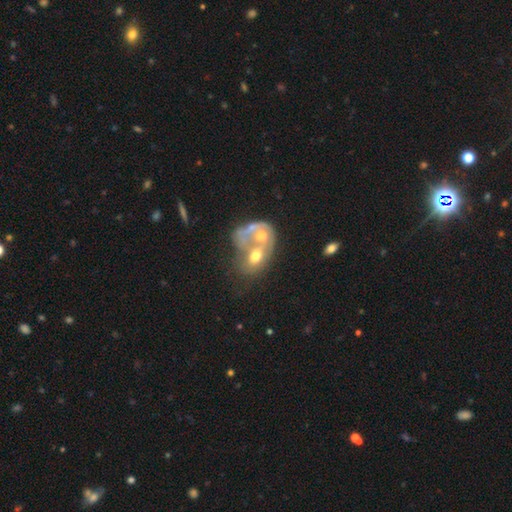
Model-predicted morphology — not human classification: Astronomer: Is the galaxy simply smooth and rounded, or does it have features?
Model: featured or disk — 49% (runner-up: smooth, 42%).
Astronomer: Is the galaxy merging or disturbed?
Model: merger — 75%.